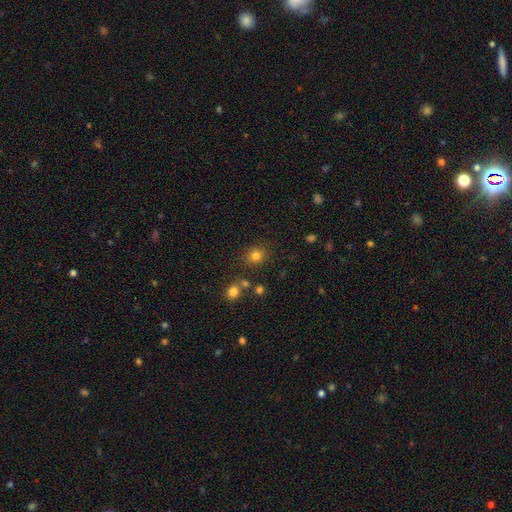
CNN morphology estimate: This is clearly a smooth galaxy (80%). How rounded: clearly round (82%). Merging: clearly none (81%).